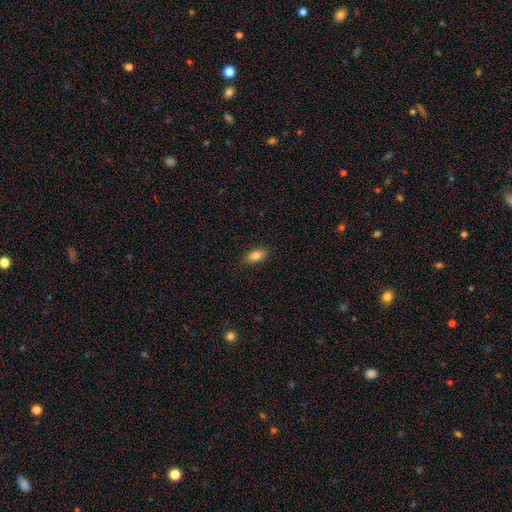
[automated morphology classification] This is clearly a smooth galaxy (82%). How rounded: clearly in between (85%). Merging: clearly none (84%).